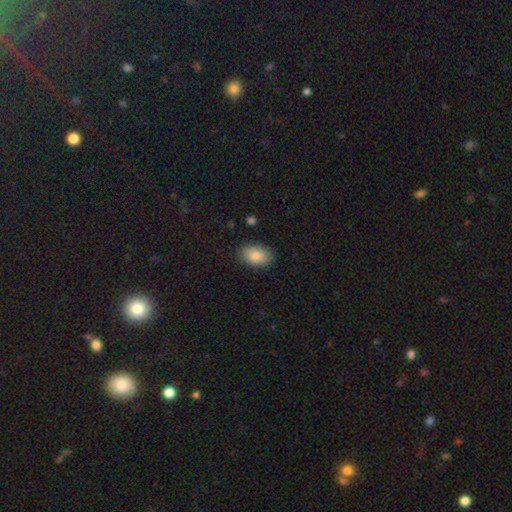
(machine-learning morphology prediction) Smooth or featured: smooth — 87% (star or artifact — 7%)
How rounded: in between — 91% (round — 8%)
Merging: none — 86% (minor disturbance — 10%)